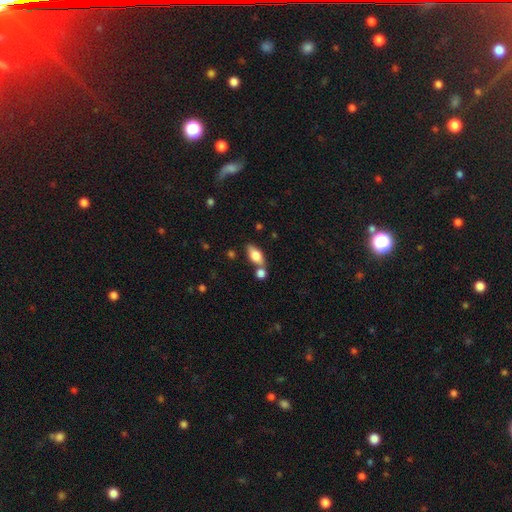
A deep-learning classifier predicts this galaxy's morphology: smooth_or_featured: smooth (p=0.75) [alt: featured or disk p=0.17]
how_rounded: in between (p=0.84) [alt: cigar-shaped p=0.11]
merging: none (p=0.59) [alt: merger p=0.24]